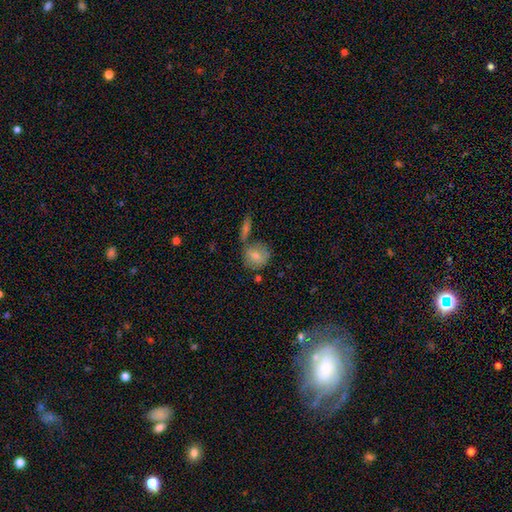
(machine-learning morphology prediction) Q: Smooth or featured?
A: smooth (60%); runner-up: featured or disk (28%)
Q: How rounded?
A: round (81%); runner-up: in between (17%)
Q: Merging?
A: none (61%); runner-up: merger (19%)